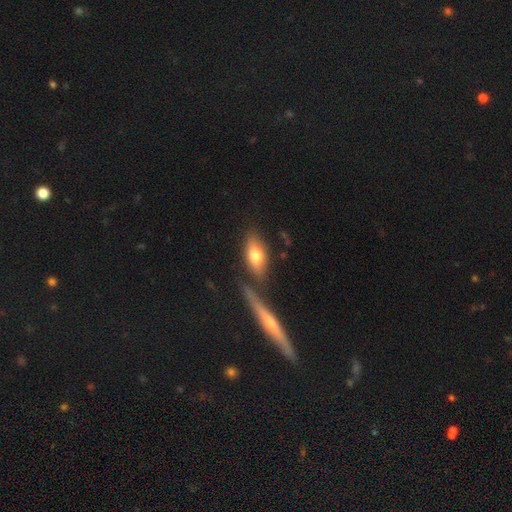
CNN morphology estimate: type=smooth (66%); roundness=in between (76%); merging=none (69%).